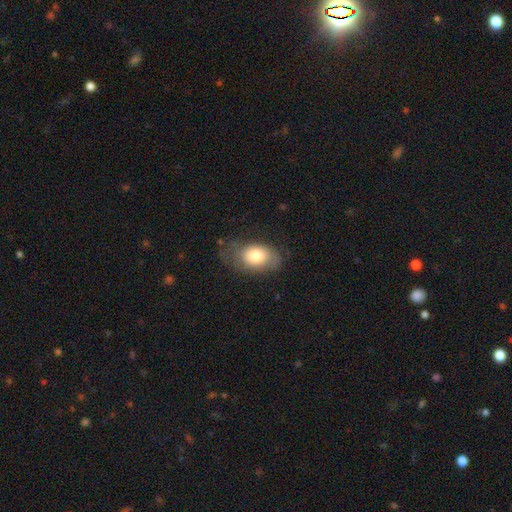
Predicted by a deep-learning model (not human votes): smooth 76%, featured or disk 17%, star or artifact 8%. Down the decision tree: how rounded — in between (85%); merging — none (57%).